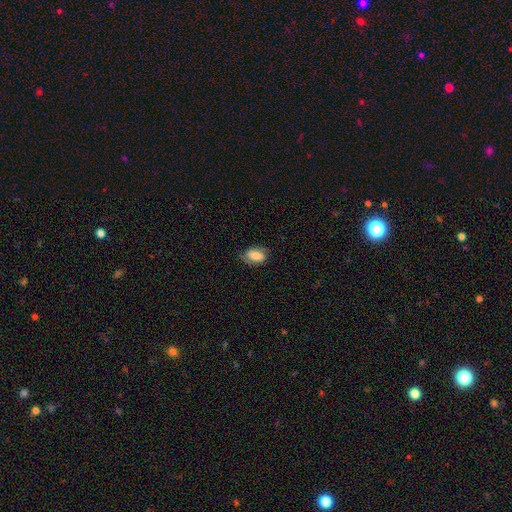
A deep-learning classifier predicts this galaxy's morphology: Smooth or featured? Predicted: smooth (p=0.69). How rounded? Predicted: in between (p=0.87). Merging? Predicted: none (p=0.65).